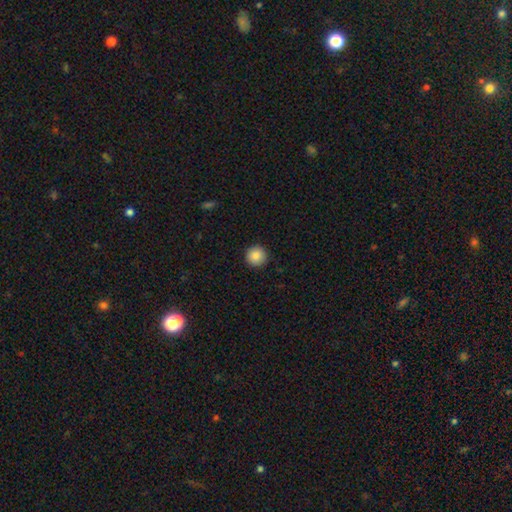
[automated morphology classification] Smooth or featured?
  - smooth: 88% *
  - star or artifact: 9%
  - featured or disk: 4%
How rounded?
  - round: 96% *
  - in between: 3%
  - cigar-shaped: 1%
Merging?
  - none: 92% *
  - minor disturbance: 6%
  - major disturbance: 2%
  - merger: 1%